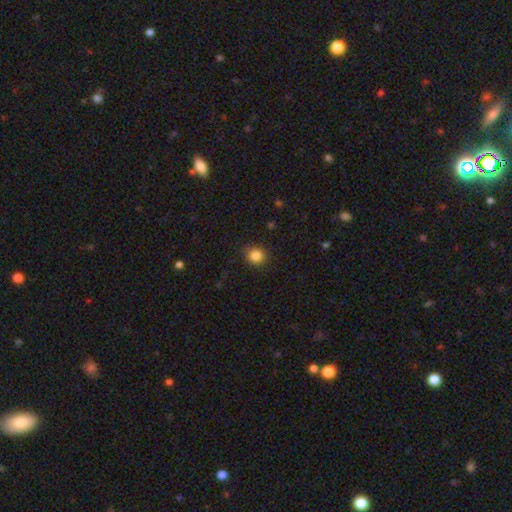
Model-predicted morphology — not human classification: Smooth or featured: smooth — 85% (star or artifact — 11%)
How rounded: round — 88% (in between — 11%)
Merging: none — 86% (minor disturbance — 10%)